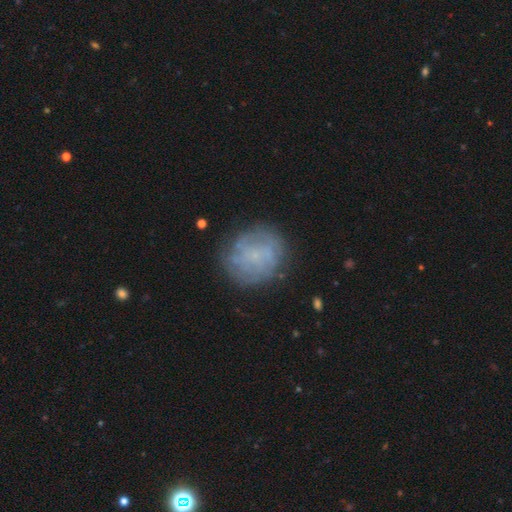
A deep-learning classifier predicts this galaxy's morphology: Smooth or featured?
  - featured or disk: 50% *
  - smooth: 39%
  - star or artifact: 11%
Edge-on disk?
  - no: 98% *
  - yes: 2%
Merging?
  - none: 75% *
  - minor disturbance: 16%
  - major disturbance: 8%
  - merger: 2%